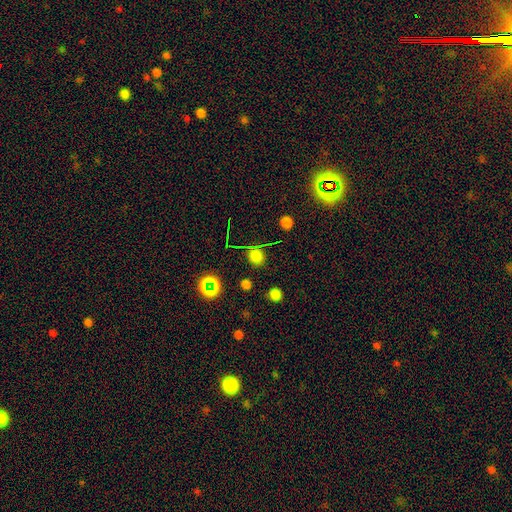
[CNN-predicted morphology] smooth 59%, star or artifact 35%, featured or disk 7%. Down the decision tree: how rounded — round (84%); merging — none (83%).